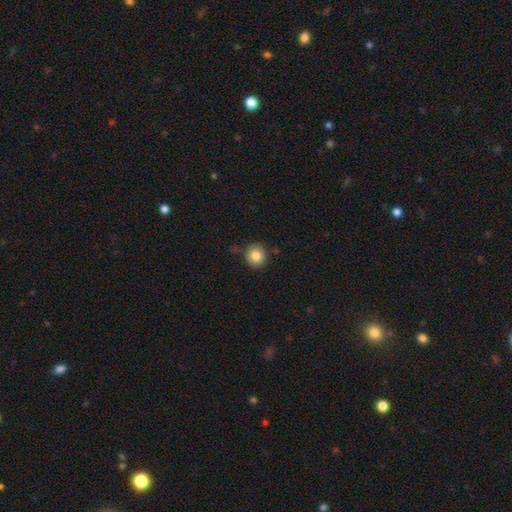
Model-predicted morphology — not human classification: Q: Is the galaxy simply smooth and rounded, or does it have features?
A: smooth — 83%.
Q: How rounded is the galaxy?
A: round — 87%.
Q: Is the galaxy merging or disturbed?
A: none — 83%.